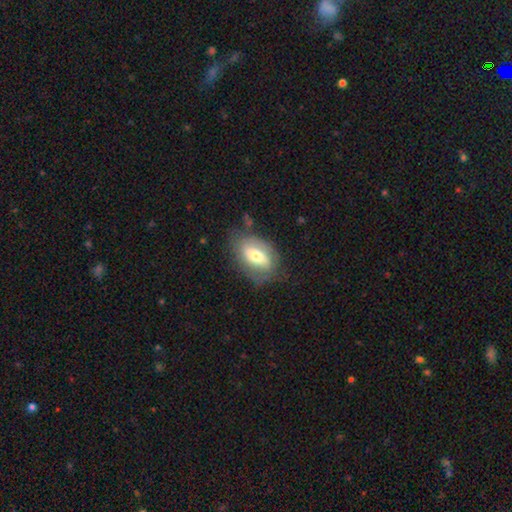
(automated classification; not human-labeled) smooth-or-featured: smooth: 51% | featured or disk: 42% | star or artifact: 7%
  how-rounded: in between: 87% | round: 10% | cigar-shaped: 3%
  merging: none: 66% | minor disturbance: 22% | major disturbance: 10% | merger: 2%